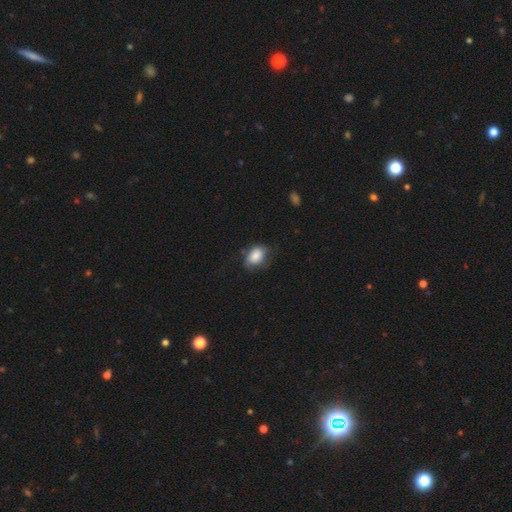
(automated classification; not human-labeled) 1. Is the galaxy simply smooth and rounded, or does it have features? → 80% smooth, 12% featured or disk, 7% star or artifact.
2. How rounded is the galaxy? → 81% in between, 18% round, 1% cigar-shaped.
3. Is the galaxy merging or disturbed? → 58% none, 29% minor disturbance, 10% major disturbance, 2% merger.